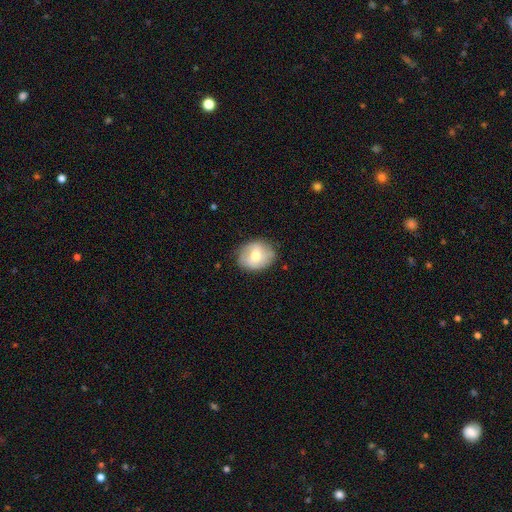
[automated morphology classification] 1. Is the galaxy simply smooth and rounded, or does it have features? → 56% smooth, 37% featured or disk, 7% star or artifact.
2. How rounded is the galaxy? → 55% round, 44% in between, 1% cigar-shaped.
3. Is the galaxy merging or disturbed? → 78% none, 16% minor disturbance, 4% major disturbance, 1% merger.